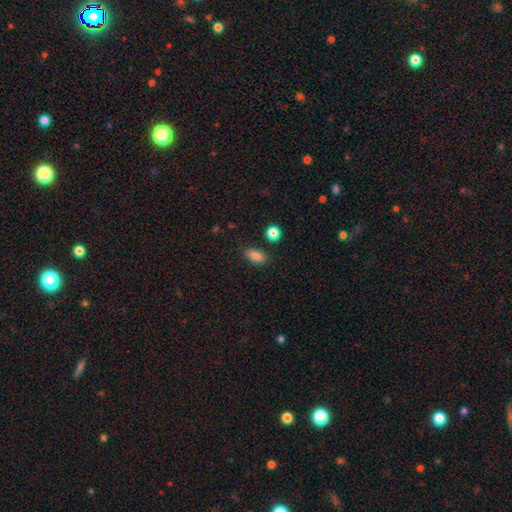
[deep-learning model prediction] Q: Smooth or featured?
A: smooth (87%); runner-up: star or artifact (9%)
Q: How rounded?
A: in between (86%); runner-up: round (9%)
Q: Merging?
A: none (82%); runner-up: minor disturbance (12%)